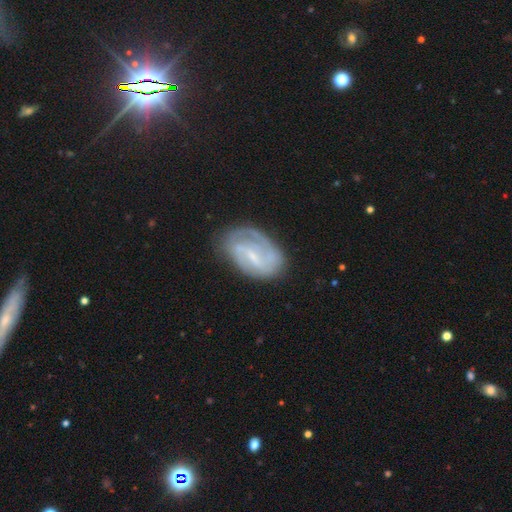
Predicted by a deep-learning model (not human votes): Smooth or featured: featured or disk — 71% (smooth — 19%)
Edge-on disk: no — 96% (yes — 4%)
Bar: weak — 50% (no — 25%)
Spiral arms: yes — 87% (no — 13%)
Spiral winding: tight — 47% (medium — 36%)
Spiral arm count: 2 — 50% (can't tell — 26%)
Bulge size: small — 63% (moderate — 20%)
Merging: none — 70% (minor disturbance — 20%)